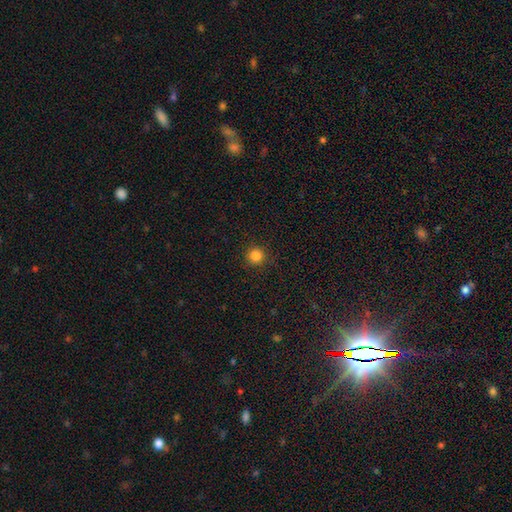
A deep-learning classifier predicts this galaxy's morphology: smooth 84%, star or artifact 12%, featured or disk 4%. Down the decision tree: how rounded — round (95%); merging — none (92%).